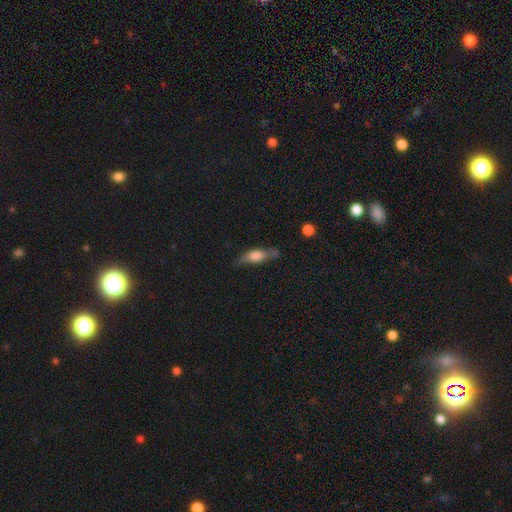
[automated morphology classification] Overall: smooth (48%; featured or disk 44%). Merging: none (67%).